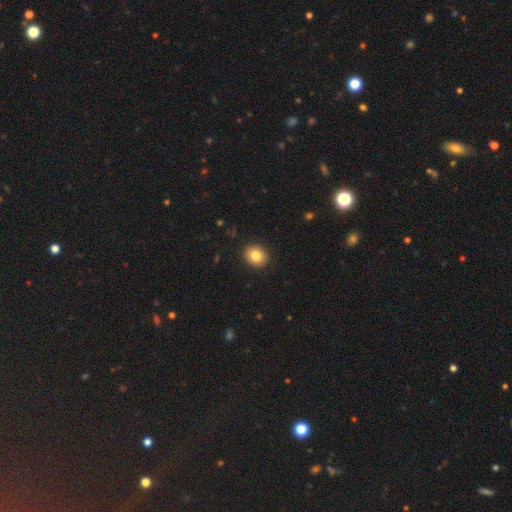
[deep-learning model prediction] This is clearly a smooth galaxy (82%). How rounded: likely round (74%). Merging: clearly none (92%).